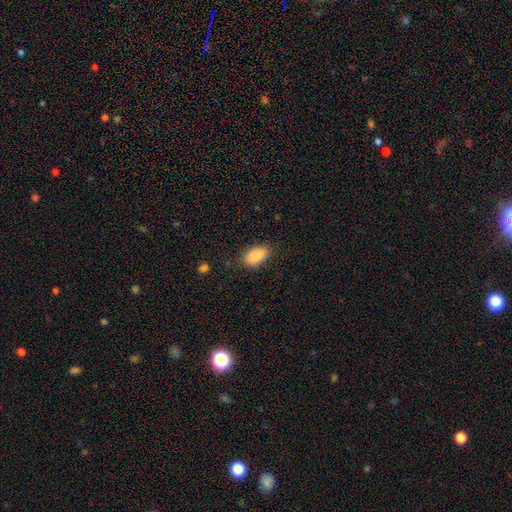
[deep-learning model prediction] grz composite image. It shows a smooth galaxy with no disk features (89%) that is in between round and cigar-shaped (92%). Merging: none (81%).